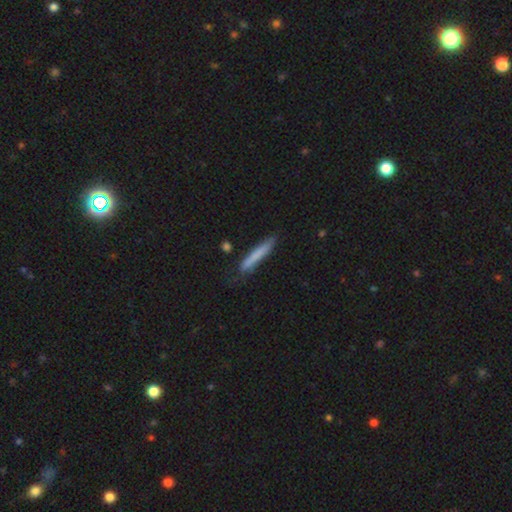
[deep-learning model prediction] Smooth or featured? smooth (75%)
How rounded? cigar-shaped (94%)
Merging? none (74%)